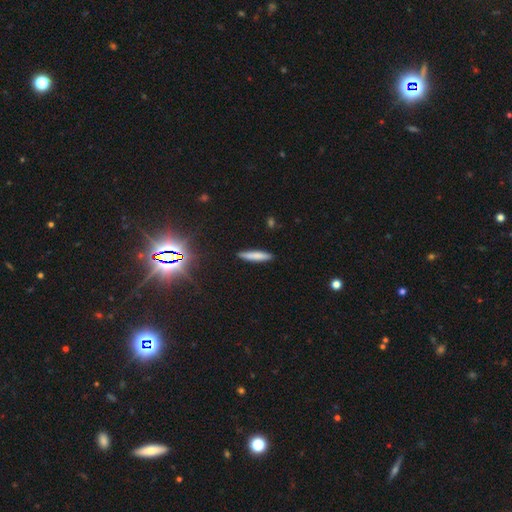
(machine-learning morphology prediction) smooth_or_featured: smooth (p=0.77) [alt: featured or disk p=0.15]
how_rounded: cigar-shaped (p=0.89) [alt: in between p=0.10]
merging: none (p=0.89) [alt: minor disturbance p=0.08]